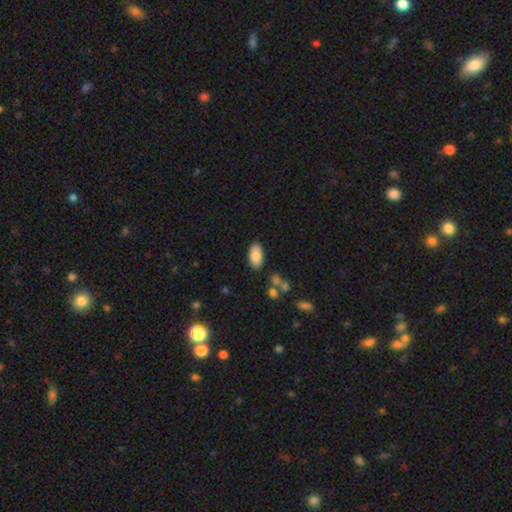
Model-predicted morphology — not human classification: Smooth or featured? smooth (84%)
How rounded? in between (94%)
Merging? none (83%)